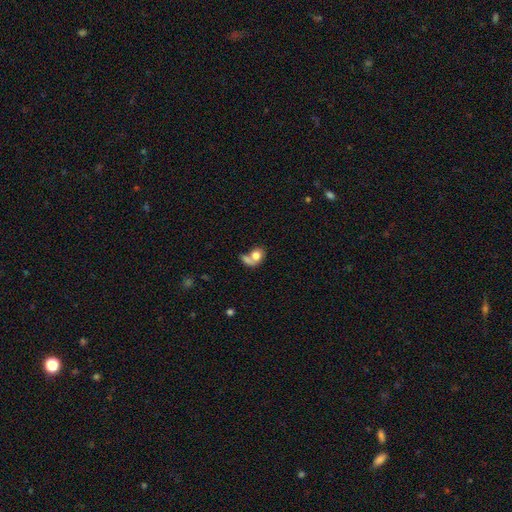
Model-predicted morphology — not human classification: Smooth or featured? smooth (73%)
How rounded? in between (53%)
Merging? merger (51%)